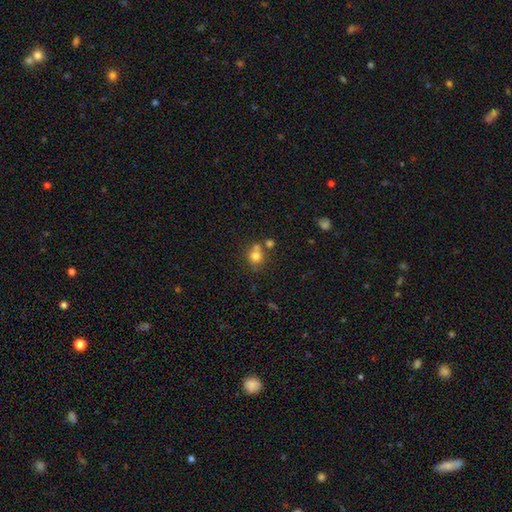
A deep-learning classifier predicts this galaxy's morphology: This is likely a smooth galaxy (76%). How rounded: likely round (77%). Merging: possibly none (51%).